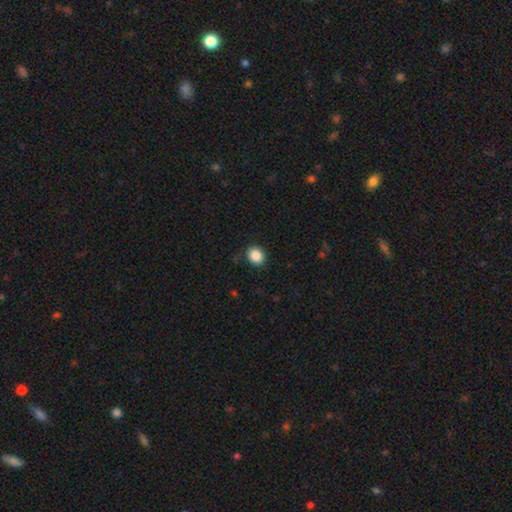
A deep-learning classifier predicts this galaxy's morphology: Smooth or featured?
  - smooth: 87% *
  - star or artifact: 9%
  - featured or disk: 4%
How rounded?
  - round: 66% *
  - in between: 33%
  - cigar-shaped: 1%
Merging?
  - none: 87% *
  - minor disturbance: 9%
  - major disturbance: 2%
  - merger: 1%